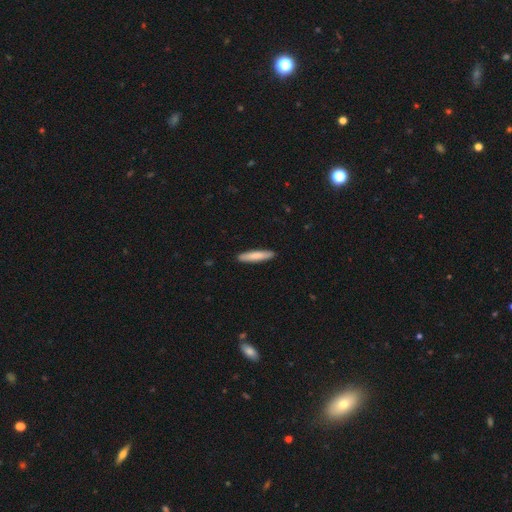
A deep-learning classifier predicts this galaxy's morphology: Smooth or featured?
  - smooth: 82% *
  - featured or disk: 13%
  - star or artifact: 5%
How rounded?
  - cigar-shaped: 89% *
  - in between: 10%
  - round: 1%
Merging?
  - none: 91% *
  - minor disturbance: 7%
  - major disturbance: 1%
  - merger: 1%